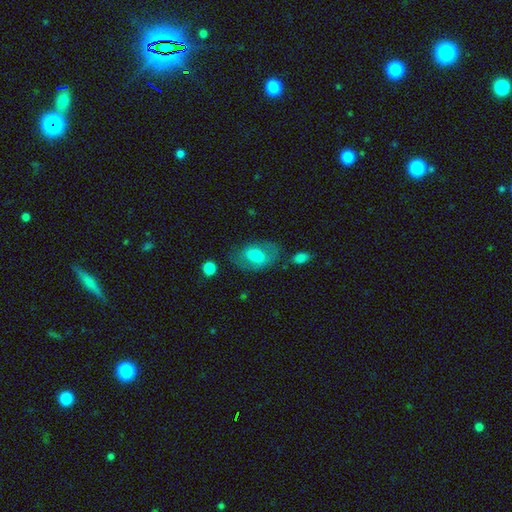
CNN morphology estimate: Smooth or featured?
  - smooth: 61% *
  - featured or disk: 32%
  - star or artifact: 7%
How rounded?
  - in between: 82% *
  - round: 16%
  - cigar-shaped: 1%
Merging?
  - none: 62% *
  - minor disturbance: 21%
  - major disturbance: 13%
  - merger: 4%